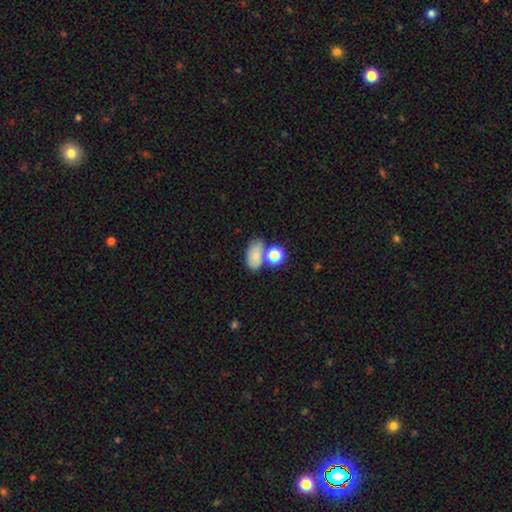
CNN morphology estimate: The model was most divided on "merging": none: 50%, merger: 27%, minor disturbance: 16%, major disturbance: 7%. More confident: how rounded — in between (84%); smooth or featured — smooth (74%).